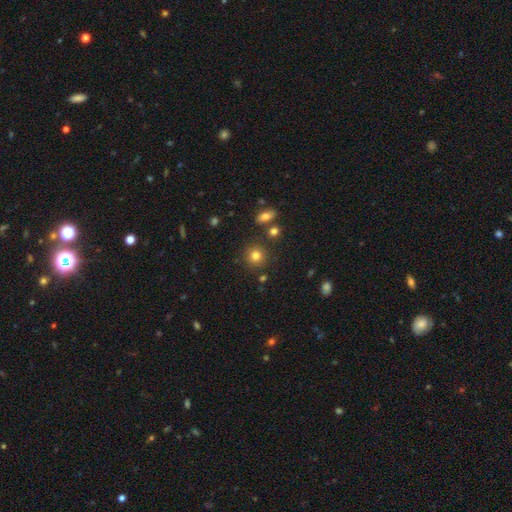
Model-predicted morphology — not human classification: Smooth or featured? smooth (80%)
How rounded? round (91%)
Merging? none (85%)